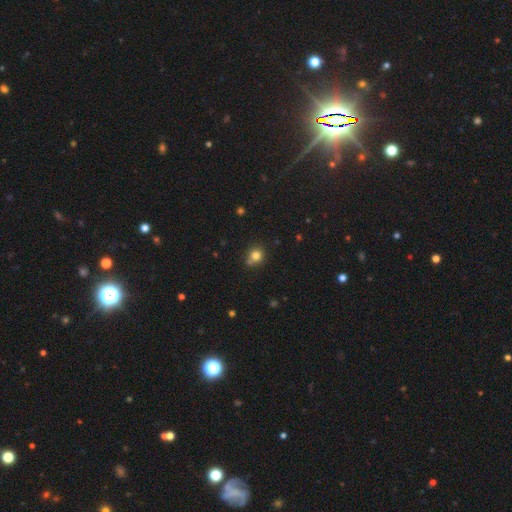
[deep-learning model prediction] This appears to be a smooth galaxy with no disk features (79%) that is round (83%). Merging: none (64%).